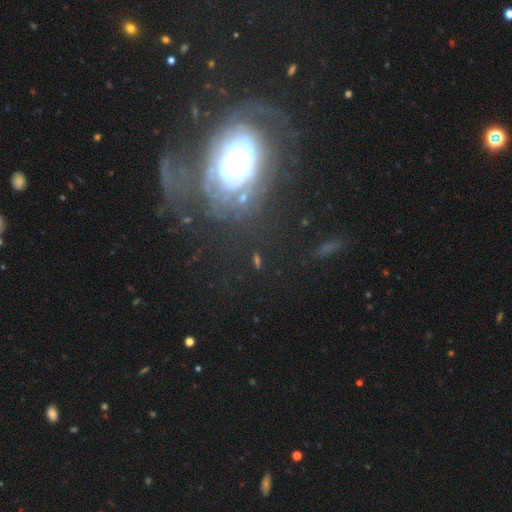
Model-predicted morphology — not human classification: A featured or disk galaxy (73%) with no bar (78%), spiral arms (69%) and a small central bulge (43%). Merging: none (53%).